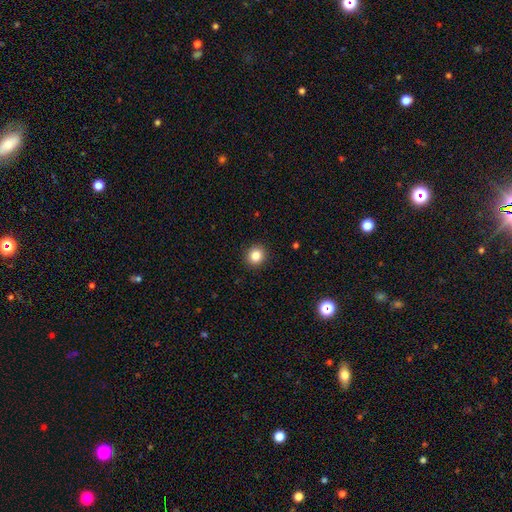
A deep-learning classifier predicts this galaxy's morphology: smooth_or_featured: smooth (p=0.84) [alt: star or artifact p=0.11]
how_rounded: round (p=0.85) [alt: in between p=0.14]
merging: none (p=0.92) [alt: minor disturbance p=0.05]